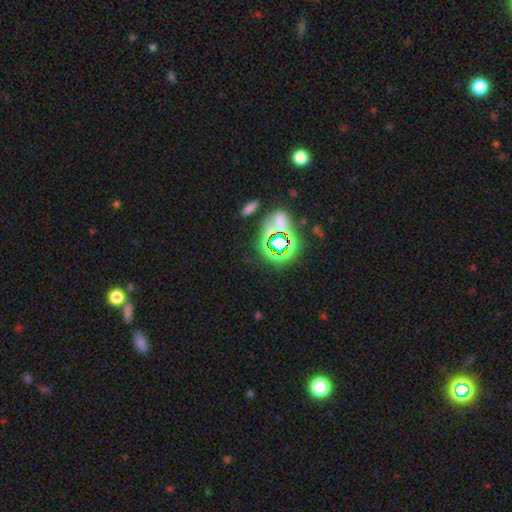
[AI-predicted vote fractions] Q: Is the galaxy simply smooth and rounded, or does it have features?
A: star or artifact — 70%.